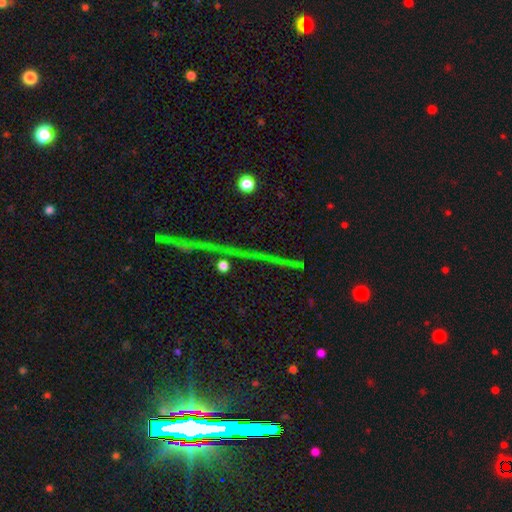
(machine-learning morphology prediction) star or artifact 75%, featured or disk 14%, smooth 11%.